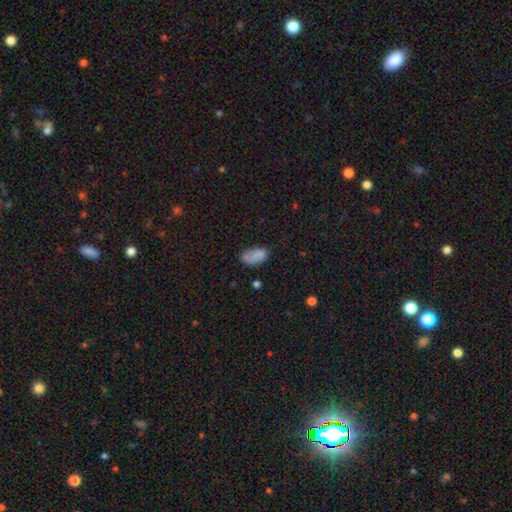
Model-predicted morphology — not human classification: Smooth or featured?
  - smooth: 80% *
  - star or artifact: 10%
  - featured or disk: 9%
How rounded?
  - in between: 93% *
  - round: 4%
  - cigar-shaped: 3%
Merging?
  - none: 60% *
  - minor disturbance: 25%
  - major disturbance: 9%
  - merger: 6%